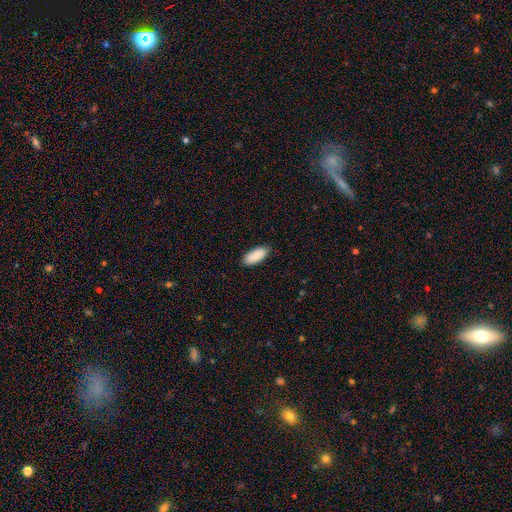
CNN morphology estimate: This appears to be a smooth galaxy with no disk features (90%) that is in between round and cigar-shaped (83%). Merging: none (87%).